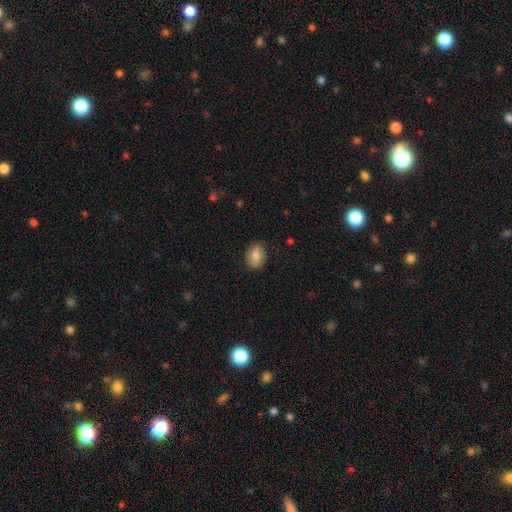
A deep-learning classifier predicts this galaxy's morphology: Q: Smooth or featured?
A: smooth (78%); runner-up: featured or disk (14%)
Q: How rounded?
A: in between (64%); runner-up: round (35%)
Q: Merging?
A: none (85%); runner-up: minor disturbance (11%)